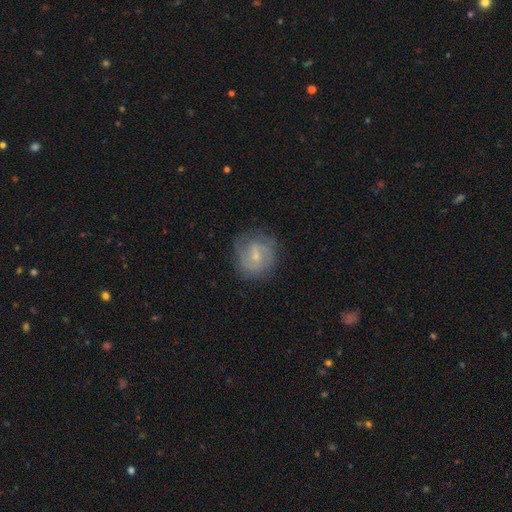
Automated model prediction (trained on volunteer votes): Morphology: type=featured or disk (68%); edge-on=no (97%); bar=weak (57%); spiral arms=yes (87%); winding=medium (44%); arm count=2 (58%); bulge=small (69%); merging=none (73%).